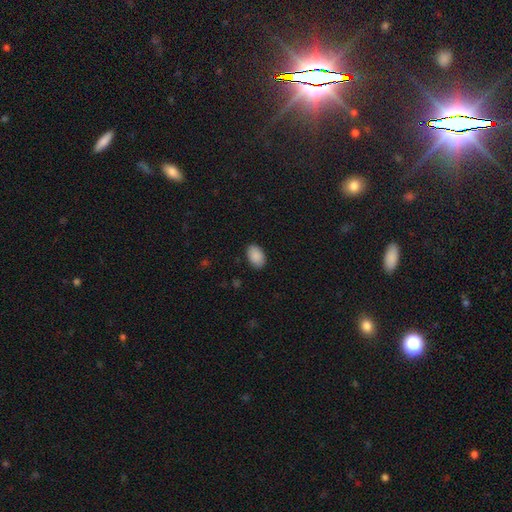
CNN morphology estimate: Smooth or featured: smooth — 90% (star or artifact — 7%)
How rounded: in between — 91% (round — 8%)
Merging: none — 88% (minor disturbance — 9%)